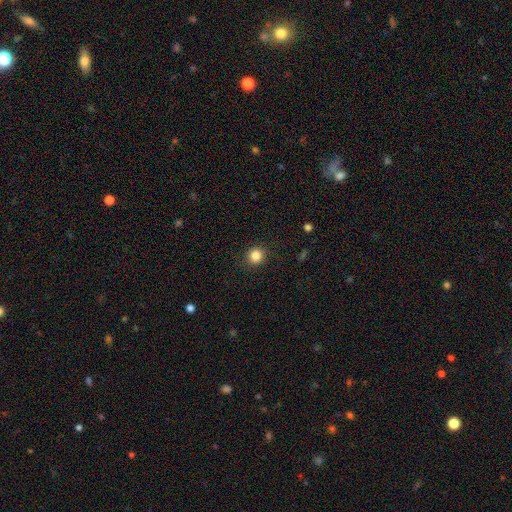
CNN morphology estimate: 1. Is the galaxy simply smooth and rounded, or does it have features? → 84% smooth, 11% star or artifact, 5% featured or disk.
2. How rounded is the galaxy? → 90% round, 10% in between, 1% cigar-shaped.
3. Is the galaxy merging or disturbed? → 90% none, 6% minor disturbance, 2% major disturbance, 1% merger.